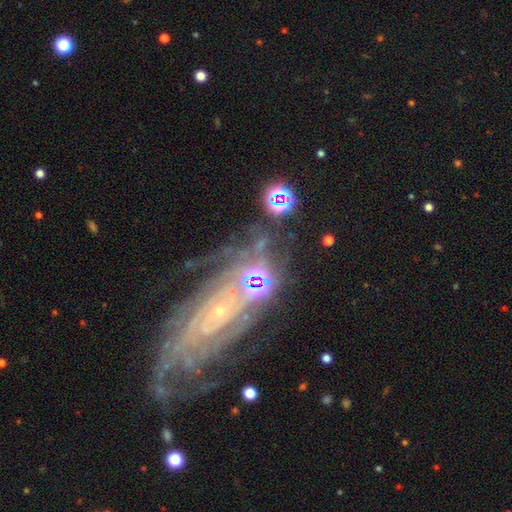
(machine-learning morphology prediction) smooth_or_featured: featured or disk (p=0.81) [alt: star or artifact p=0.11]
disk_edge_on: no (p=0.91) [alt: yes p=0.09]
bar: no (p=0.68) [alt: weak p=0.23]
has_spiral_arms: yes (p=0.95) [alt: no p=0.05]
spiral_winding: tight (p=0.69) [alt: medium p=0.24]
spiral_arm_count: can't tell (p=0.35) [alt: 4 p=0.16]
bulge_size: small (p=0.86) [alt: moderate p=0.08]
merging: none (p=0.65) [alt: minor disturbance p=0.17]